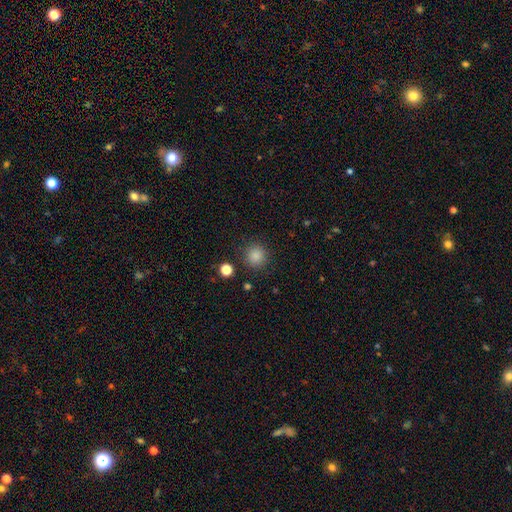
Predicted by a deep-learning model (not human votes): This appears to be a smooth galaxy with no disk features (86%) that is round (93%). Merging: none (89%).